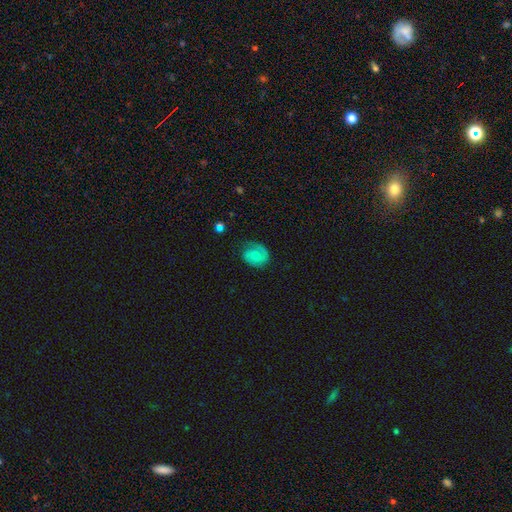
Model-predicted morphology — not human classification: Smooth or featured? Predicted: featured or disk (p=0.58). Edge-on disk? Predicted: no (p=0.97). Bar? Predicted: no (p=0.63). Spiral arms? Predicted: yes (p=0.89). Spiral winding? Predicted: medium (p=0.41). Spiral arm count? Predicted: 2 (p=0.55). Bulge size? Predicted: small (p=0.46). Merging? Predicted: none (p=0.64).